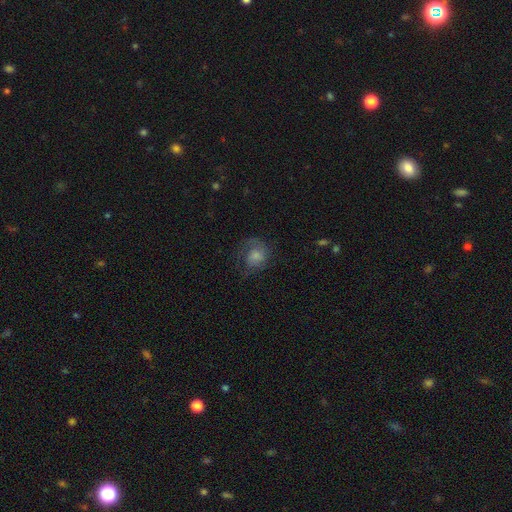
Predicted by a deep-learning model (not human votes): This appears to be a featured or disk galaxy (47%). Merging: none (57%).